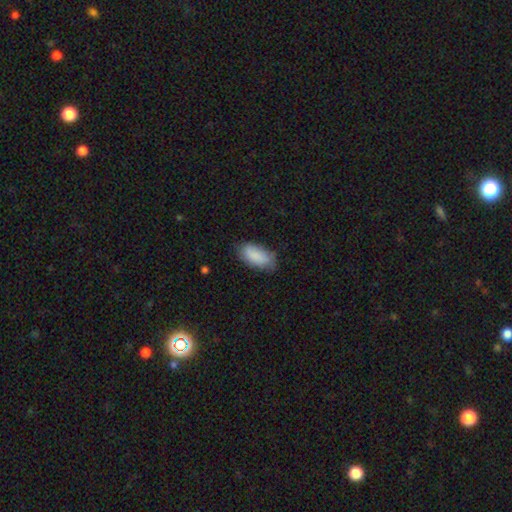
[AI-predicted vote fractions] Smooth or featured? Predicted: smooth (p=0.86). How rounded? Predicted: in between (p=0.92). Merging? Predicted: none (p=0.64).